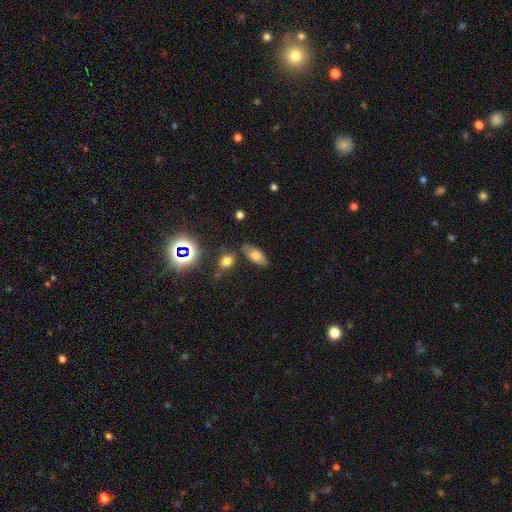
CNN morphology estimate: The model was most divided on "smooth or featured": smooth: 69%, featured or disk: 17%, star or artifact: 13%. More confident: how rounded — in between (86%); merging — none (74%).